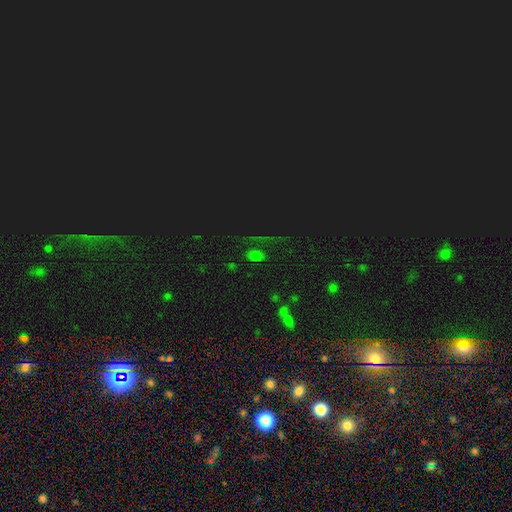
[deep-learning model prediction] This is possibly a star or artifact rather than a galaxy (49%).